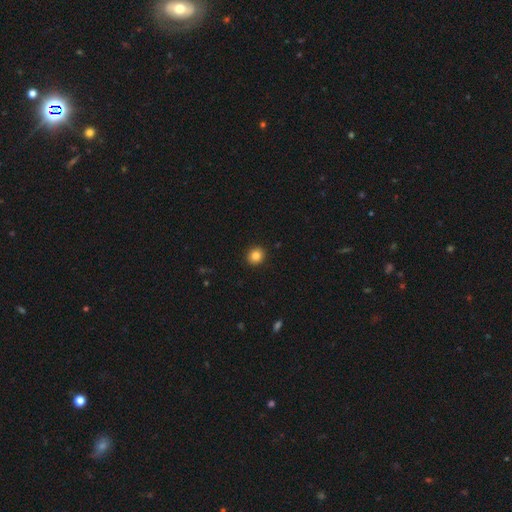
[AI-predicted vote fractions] Smooth or featured? Predicted: smooth (p=0.85). How rounded? Predicted: round (p=0.87). Merging? Predicted: none (p=0.92).